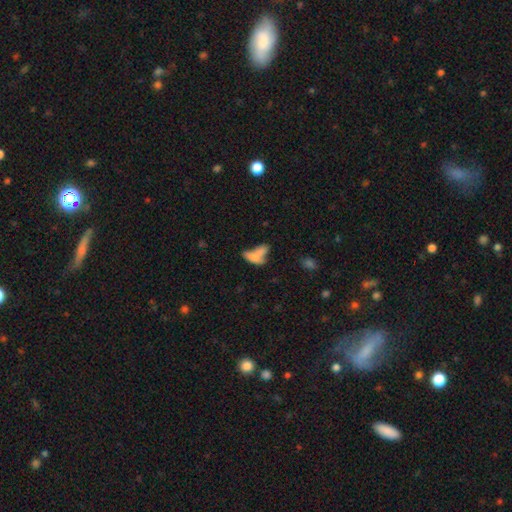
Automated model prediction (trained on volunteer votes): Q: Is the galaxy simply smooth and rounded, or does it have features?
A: smooth — 66%.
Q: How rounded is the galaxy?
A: in between — 77%.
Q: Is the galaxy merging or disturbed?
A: merger — 53%.